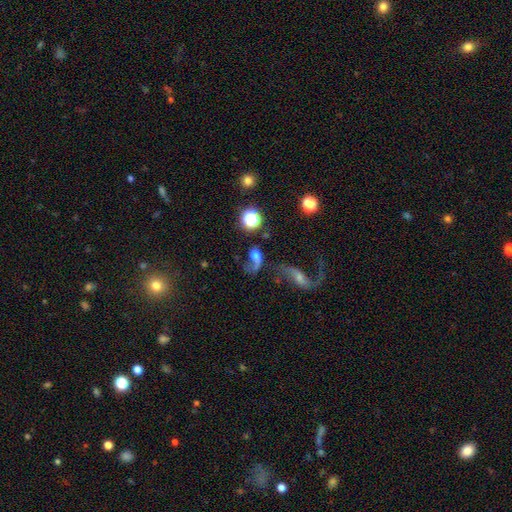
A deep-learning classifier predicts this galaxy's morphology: Smooth or featured? Predicted: smooth (p=0.42). Merging? Predicted: major disturbance (p=0.38).